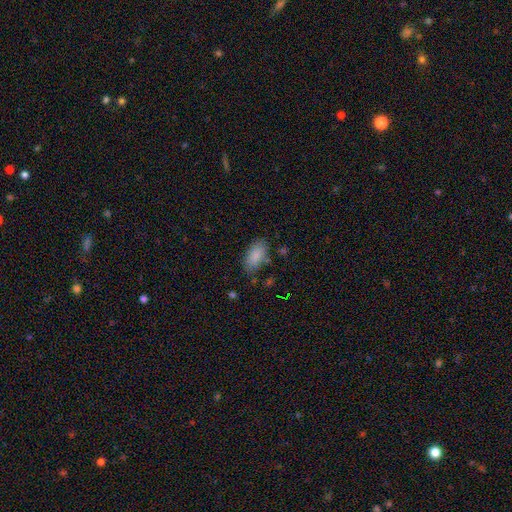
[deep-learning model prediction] A smooth galaxy with no disk features (86%) that is in between round and cigar-shaped (92%). Merging: none (78%).